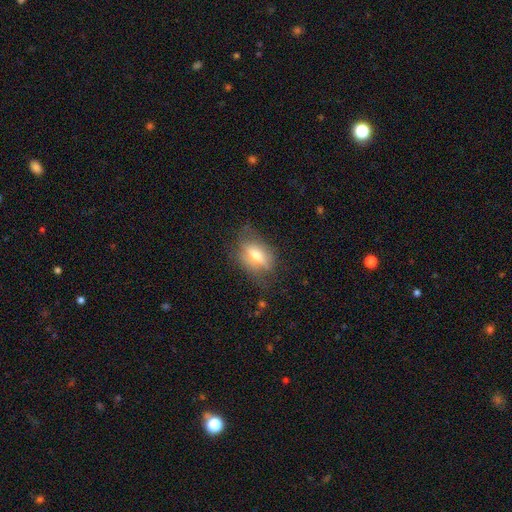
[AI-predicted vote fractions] The model was most divided on "smooth or featured": smooth: 54%, featured or disk: 37%, star or artifact: 9%. More confident: how rounded — in between (77%); merging — none (65%).